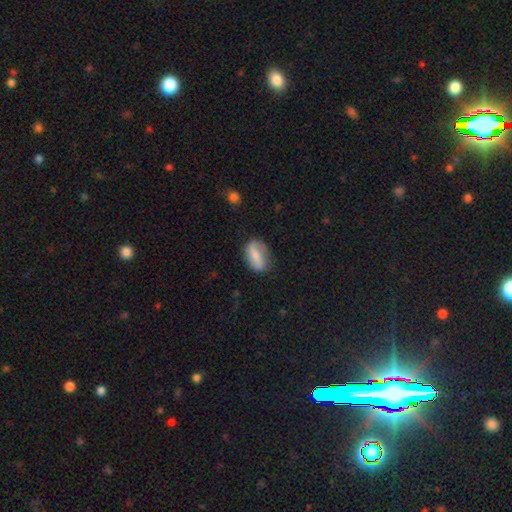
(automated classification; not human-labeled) A smooth galaxy with no disk features (57%) that is in between round and cigar-shaped (84%).

Vote fractions:
- Smooth or featured? smooth: 57% / featured or disk: 36% / star or artifact: 7%
- How rounded? in between: 84% / round: 8% / cigar-shaped: 8%
- Merging? none: 71% / minor disturbance: 21% / major disturbance: 6% / merger: 2%